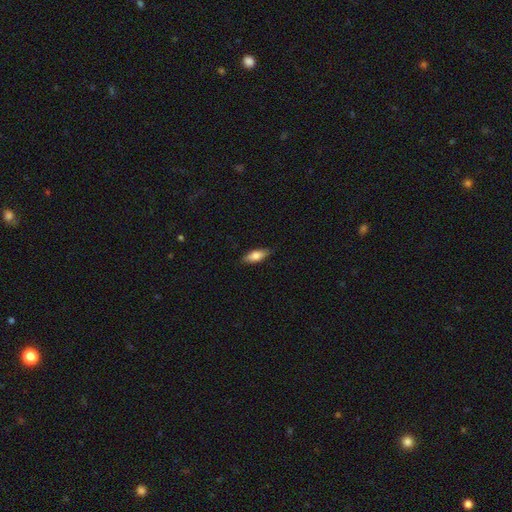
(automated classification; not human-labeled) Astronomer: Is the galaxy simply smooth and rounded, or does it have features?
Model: smooth — 77%.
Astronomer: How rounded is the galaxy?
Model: in between — 69%.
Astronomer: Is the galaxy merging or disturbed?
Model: none — 86%.